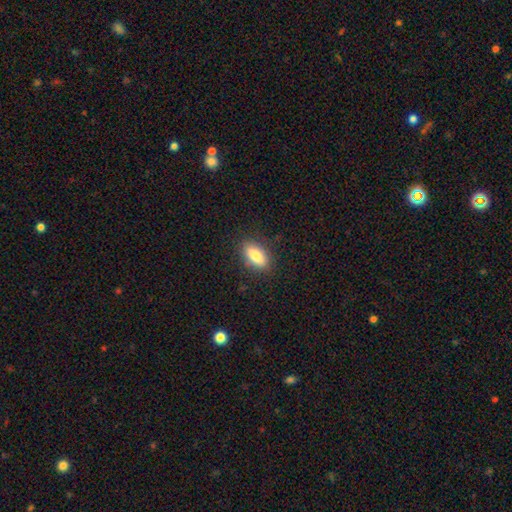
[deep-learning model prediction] The model was most divided on "how rounded": in between: 80%, cigar-shaped: 17%, round: 3%. More confident: merging — none (86%); smooth or featured — smooth (82%).